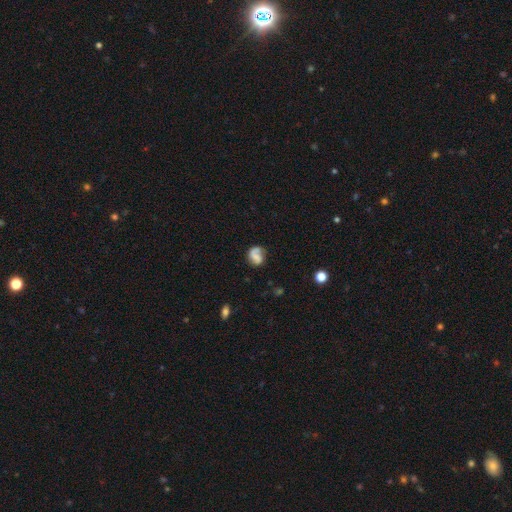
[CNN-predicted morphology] This appears to be a featured or disk galaxy (47%). Merging: none (51%).